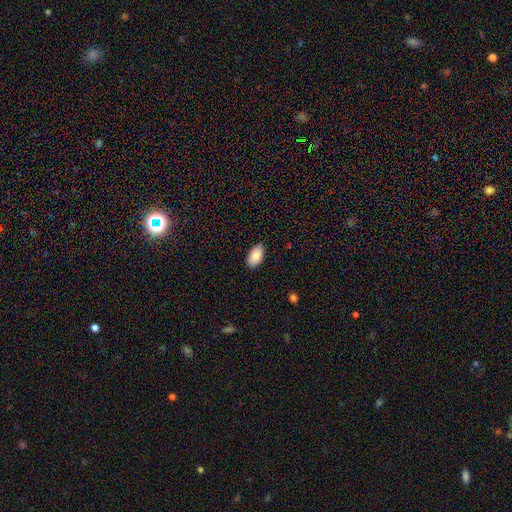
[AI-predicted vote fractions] Morphology: type=smooth (87%); roundness=in between (95%); merging=none (85%).